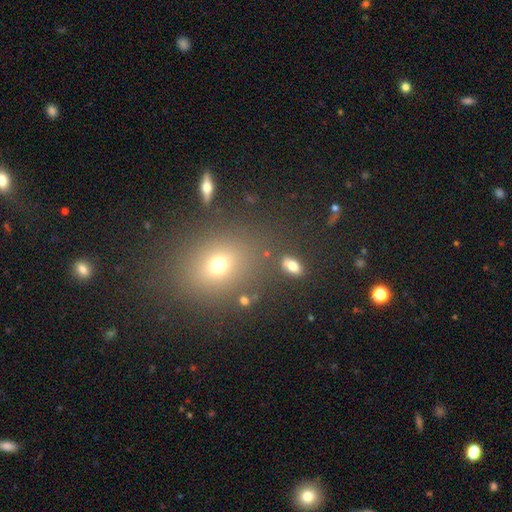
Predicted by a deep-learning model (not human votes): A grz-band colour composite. It shows a smooth galaxy with no disk features (58%) that is in between round and cigar-shaped (51%). Merging: none (82%).